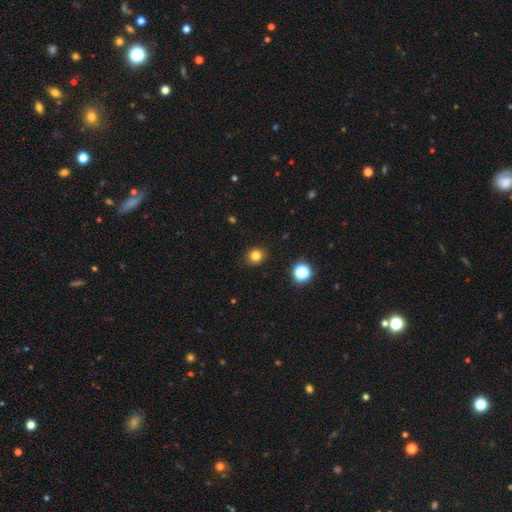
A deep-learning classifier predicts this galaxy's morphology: A smooth galaxy with no disk features (80%) that is round (81%).

Vote fractions:
- Smooth or featured? smooth: 80% / star or artifact: 14% / featured or disk: 6%
- How rounded? round: 81% / in between: 19% / cigar-shaped: 1%
- Merging? none: 89% / minor disturbance: 7% / major disturbance: 2% / merger: 1%